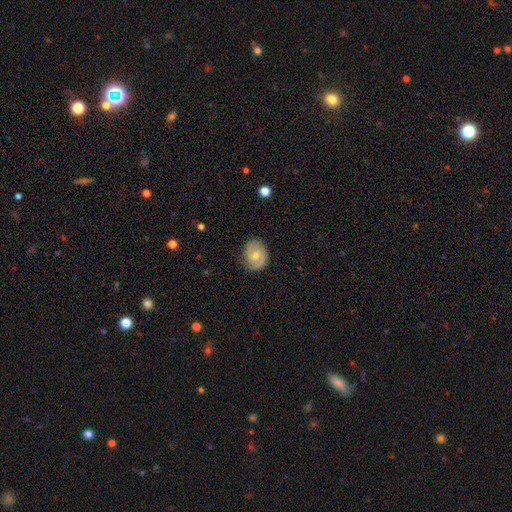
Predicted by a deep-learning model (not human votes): Smooth or featured: featured or disk — 68% (smooth — 26%)
Edge-on disk: no — 98% (yes — 2%)
Bar: weak — 47% (no — 45%)
Spiral arms: yes — 91% (no — 9%)
Spiral winding: medium — 45% (tight — 41%)
Spiral arm count: 2 — 78% (can't tell — 10%)
Bulge size: small — 48% (moderate — 46%)
Merging: none — 76% (minor disturbance — 18%)